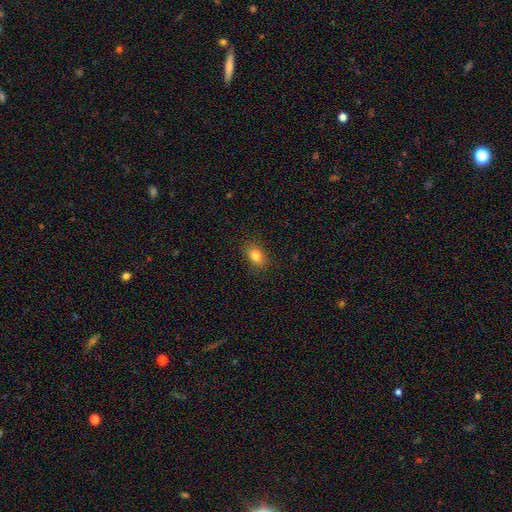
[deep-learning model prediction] This is clearly a smooth galaxy (83%). How rounded: likely in between (80%). Merging: clearly none (86%).